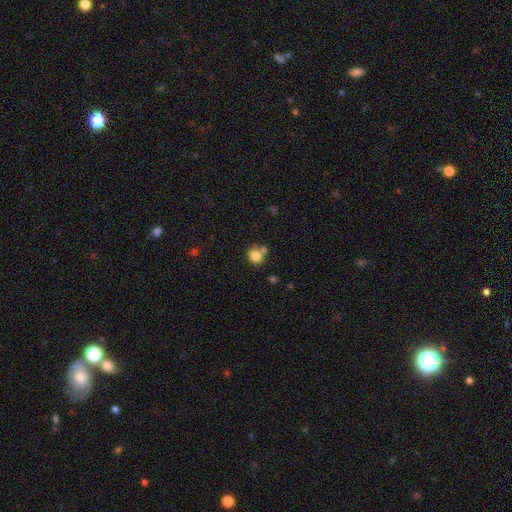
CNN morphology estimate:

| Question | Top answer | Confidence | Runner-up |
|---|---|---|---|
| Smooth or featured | smooth | 82% | star or artifact (10%) |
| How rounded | round | 78% | in between (21%) |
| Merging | none | 56% | merger (26%) |